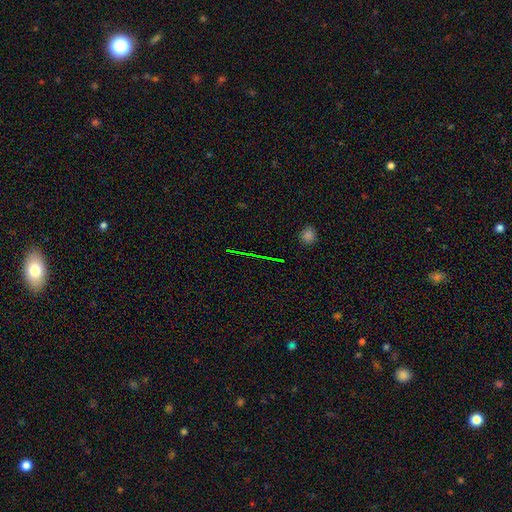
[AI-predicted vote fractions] smooth_or_featured: star or artifact (p=0.66) [alt: smooth p=0.22]